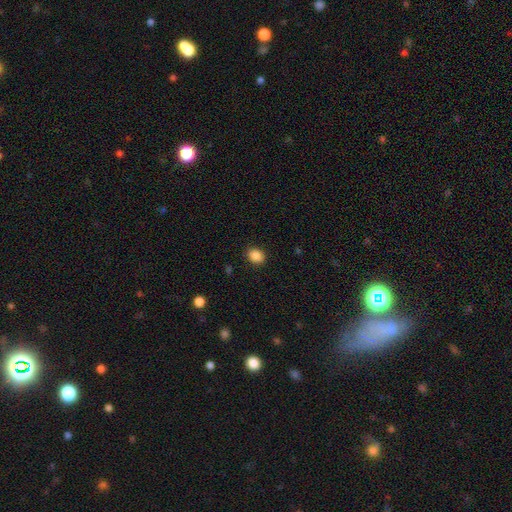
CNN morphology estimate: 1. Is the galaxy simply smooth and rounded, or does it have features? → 88% smooth, 9% star or artifact, 3% featured or disk.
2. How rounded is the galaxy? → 52% round, 47% in between, 1% cigar-shaped.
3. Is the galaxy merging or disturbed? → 89% none, 8% minor disturbance, 2% major disturbance, 1% merger.